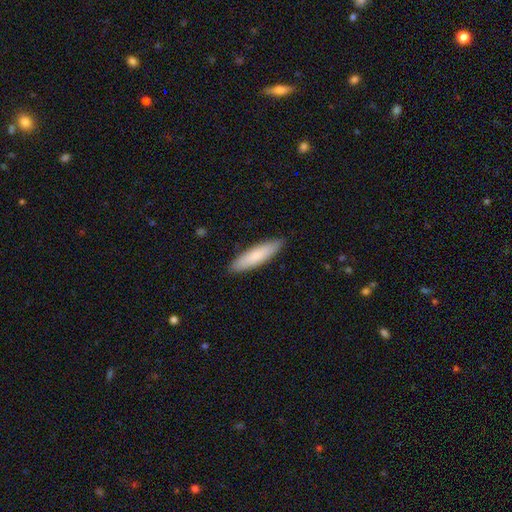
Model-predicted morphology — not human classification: This is likely a smooth galaxy (79%). How rounded: likely cigar-shaped (74%). Merging: clearly none (89%).